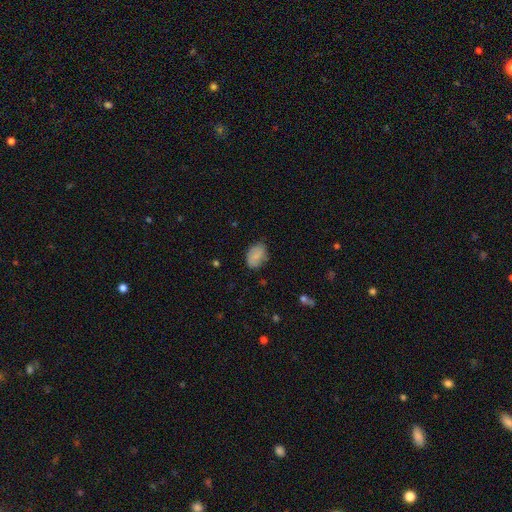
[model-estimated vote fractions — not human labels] This is likely a smooth galaxy (75%). How rounded: clearly in between (83%). Merging: likely none (71%).